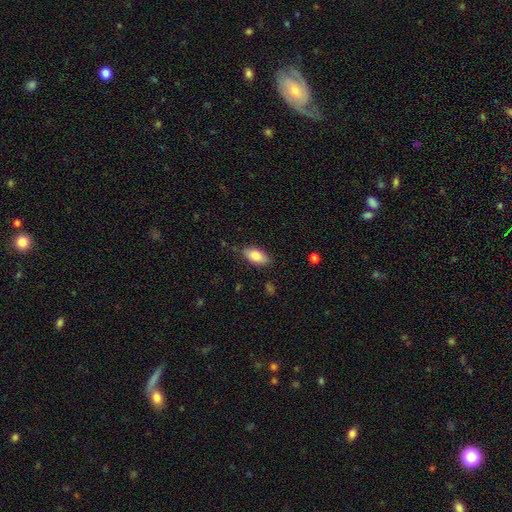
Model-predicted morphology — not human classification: Overall: smooth (82%). How rounded: in between (91%). Merging: none (81%).